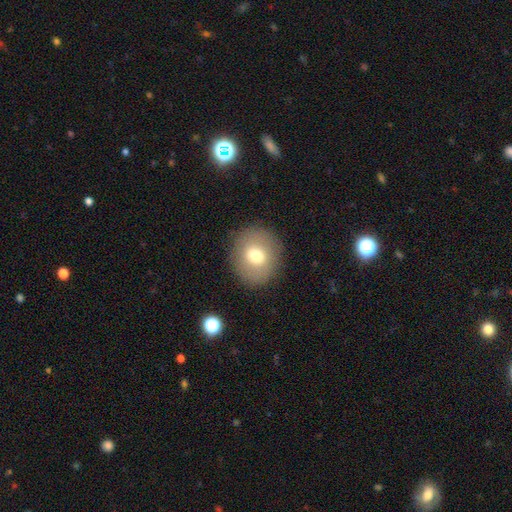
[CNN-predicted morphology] This is likely a smooth galaxy (71%). How rounded: clearly round (81%). Merging: clearly none (88%).